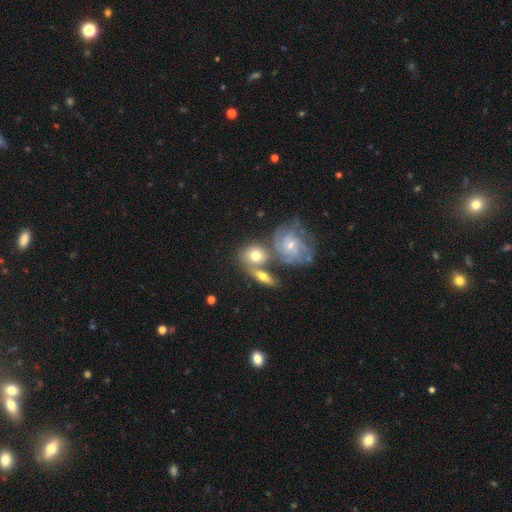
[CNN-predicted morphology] The model was most divided on "merging": none: 41%, merger: 40%, minor disturbance: 13%, major disturbance: 5%. More confident: edge-on disk — no (92%); smooth or featured — featured or disk (54%).